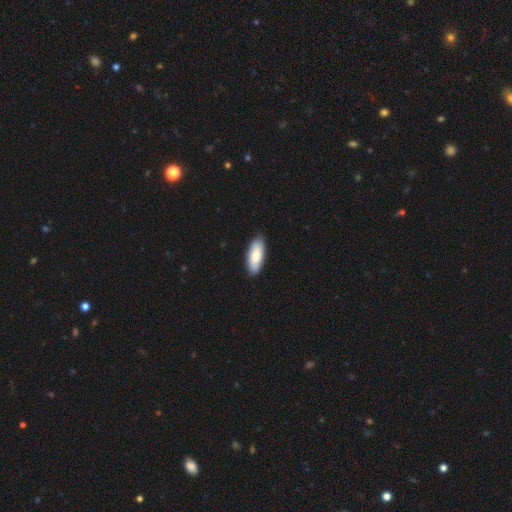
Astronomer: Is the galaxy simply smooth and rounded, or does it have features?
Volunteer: smooth — 92%.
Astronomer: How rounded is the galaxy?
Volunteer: in between — 76%.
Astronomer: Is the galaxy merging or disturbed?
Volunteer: none — 82%.